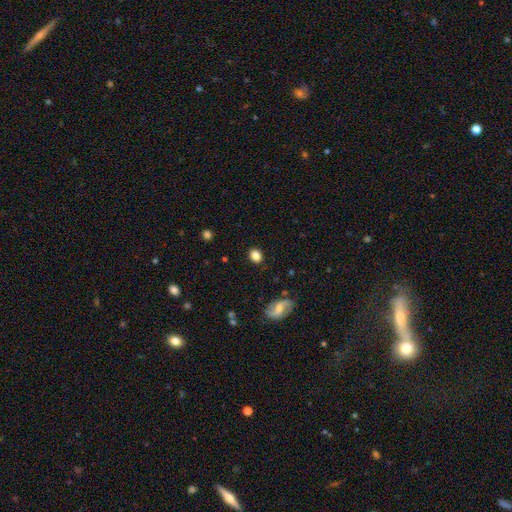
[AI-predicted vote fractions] Smooth or featured: smooth — 81% (featured or disk — 10%)
How rounded: round — 53% (in between — 46%)
Merging: none — 86% (minor disturbance — 10%)